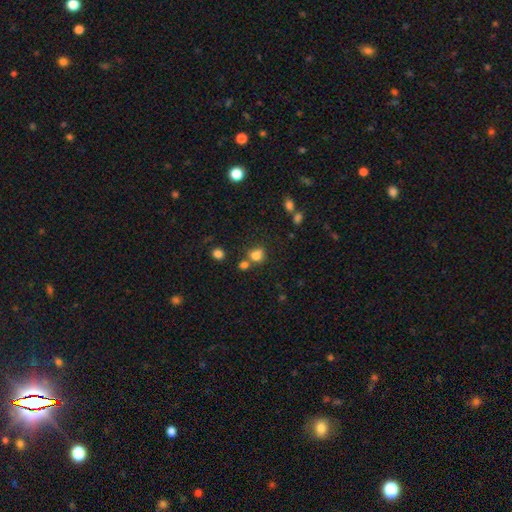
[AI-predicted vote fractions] Smooth or featured: smooth — 78% (star or artifact — 14%)
How rounded: round — 65% (in between — 34%)
Merging: none — 52% (merger — 28%)